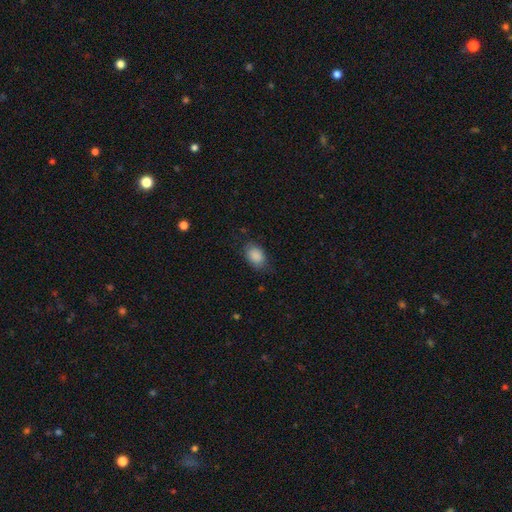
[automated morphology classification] Q: Smooth or featured?
A: smooth (88%); runner-up: star or artifact (7%)
Q: How rounded?
A: in between (81%); runner-up: round (18%)
Q: Merging?
A: none (73%); runner-up: minor disturbance (20%)